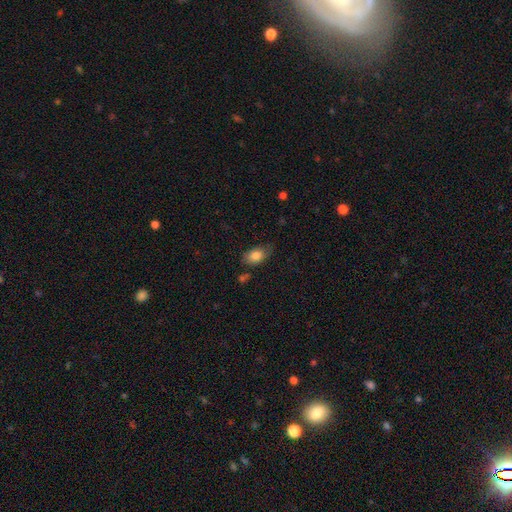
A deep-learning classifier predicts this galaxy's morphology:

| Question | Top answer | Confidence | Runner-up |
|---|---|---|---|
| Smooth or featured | smooth | 82% | featured or disk (11%) |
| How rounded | in between | 90% | round (8%) |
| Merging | none | 65% | minor disturbance (25%) |